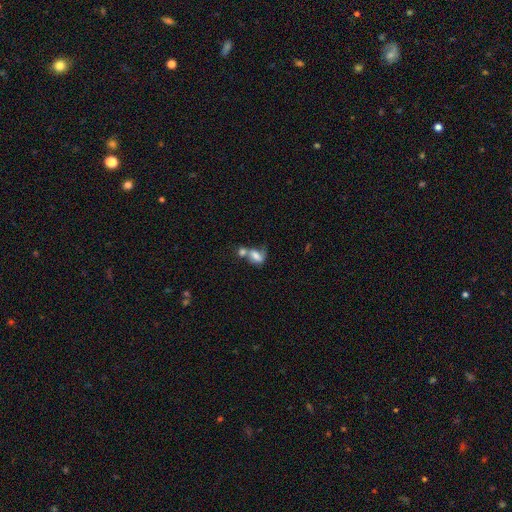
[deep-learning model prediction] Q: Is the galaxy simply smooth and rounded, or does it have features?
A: smooth — 62%.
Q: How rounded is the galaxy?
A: in between — 76%.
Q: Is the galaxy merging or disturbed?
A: merger — 60%.